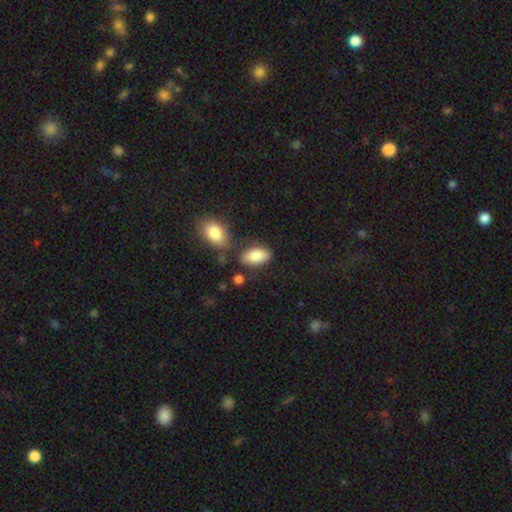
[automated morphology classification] Smooth or featured? Predicted: smooth (p=0.84). How rounded? Predicted: in between (p=0.93). Merging? Predicted: none (p=0.73).